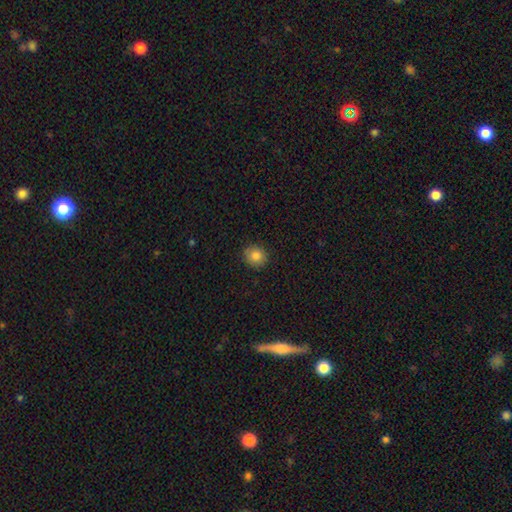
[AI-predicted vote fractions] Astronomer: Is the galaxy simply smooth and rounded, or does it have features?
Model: smooth — 83%.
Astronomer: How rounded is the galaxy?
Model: round — 81%.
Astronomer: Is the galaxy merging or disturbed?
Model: none — 88%.